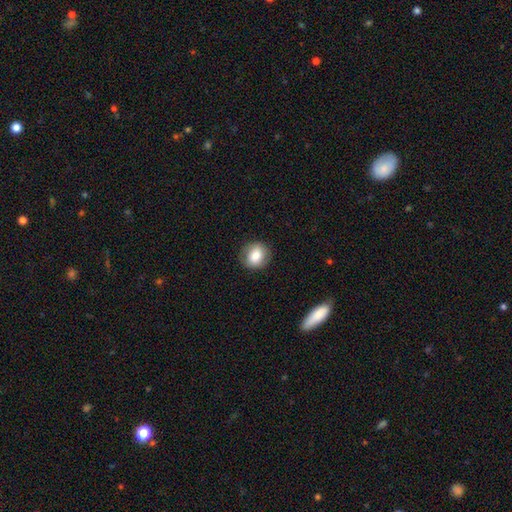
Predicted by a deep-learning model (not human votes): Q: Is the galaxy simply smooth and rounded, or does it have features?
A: smooth — 79%.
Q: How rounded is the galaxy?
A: round — 73%.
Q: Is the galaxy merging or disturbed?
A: none — 85%.